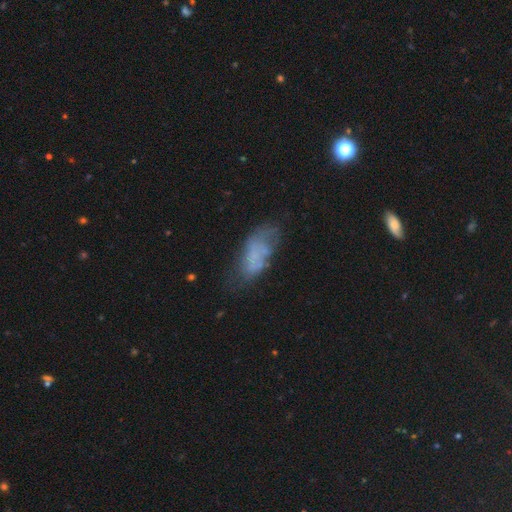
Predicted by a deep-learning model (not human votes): Q: Smooth or featured?
A: smooth (48%); runner-up: featured or disk (41%)
Q: Merging?
A: none (45%); runner-up: minor disturbance (28%)